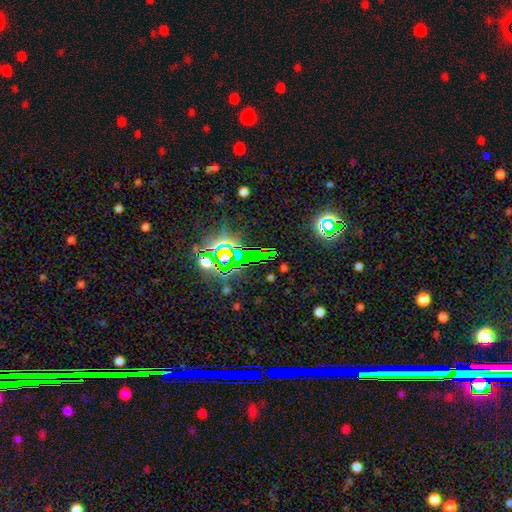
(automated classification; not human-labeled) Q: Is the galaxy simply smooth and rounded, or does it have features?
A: star or artifact — 73%.